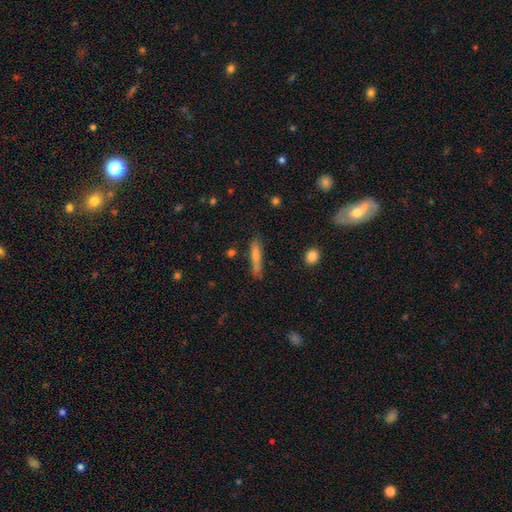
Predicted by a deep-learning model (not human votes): Morphology: type=smooth (73%); roundness=cigar-shaped (87%); merging=none (68%).